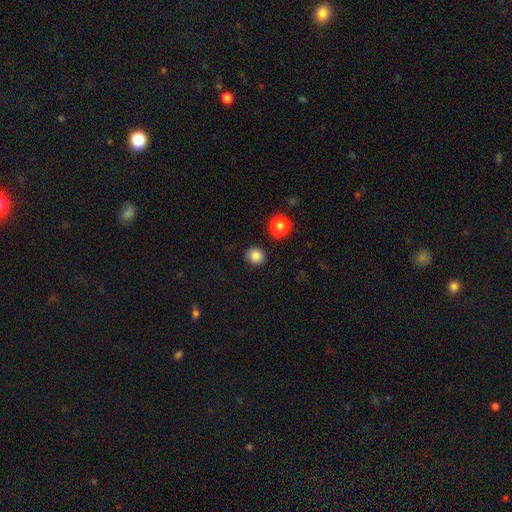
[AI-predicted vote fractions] A smooth galaxy with no disk features (84%) that is round (83%).

Vote fractions:
- Smooth or featured? smooth: 84% / star or artifact: 11% / featured or disk: 4%
- How rounded? round: 83% / in between: 16% / cigar-shaped: 1%
- Merging? none: 88% / minor disturbance: 7% / major disturbance: 2% / merger: 2%